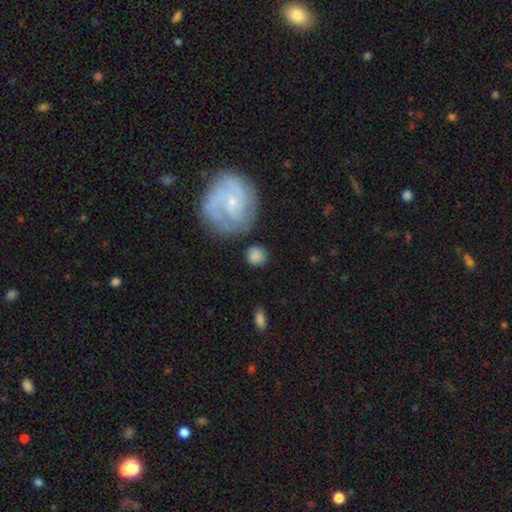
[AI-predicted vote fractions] Smooth or featured?
  - smooth: 73% *
  - featured or disk: 20%
  - star or artifact: 7%
How rounded?
  - round: 82% *
  - in between: 17%
  - cigar-shaped: 1%
Merging?
  - none: 75% *
  - minor disturbance: 13%
  - merger: 7%
  - major disturbance: 6%